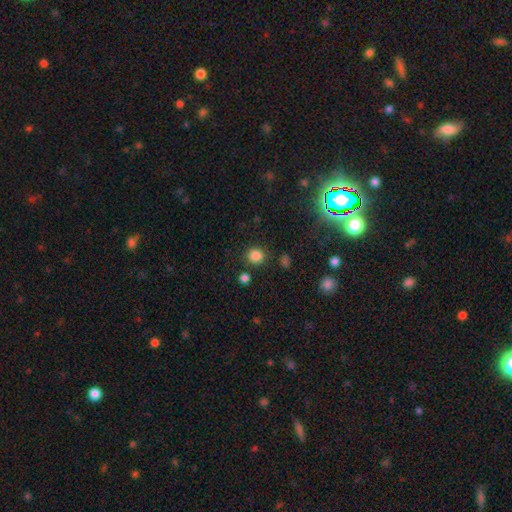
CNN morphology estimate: Smooth or featured?
  - smooth: 82% *
  - star or artifact: 14%
  - featured or disk: 4%
How rounded?
  - round: 87% *
  - in between: 12%
  - cigar-shaped: 1%
Merging?
  - none: 85% *
  - minor disturbance: 8%
  - merger: 4%
  - major disturbance: 3%